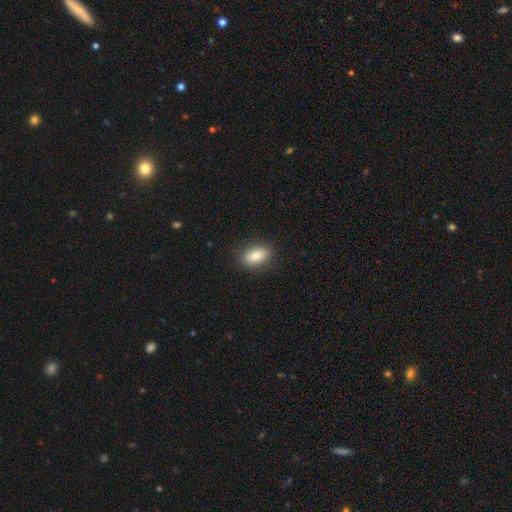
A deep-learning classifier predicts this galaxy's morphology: Smooth or featured: smooth — 81% (featured or disk — 11%)
How rounded: in between — 85% (round — 9%)
Merging: none — 87% (minor disturbance — 10%)